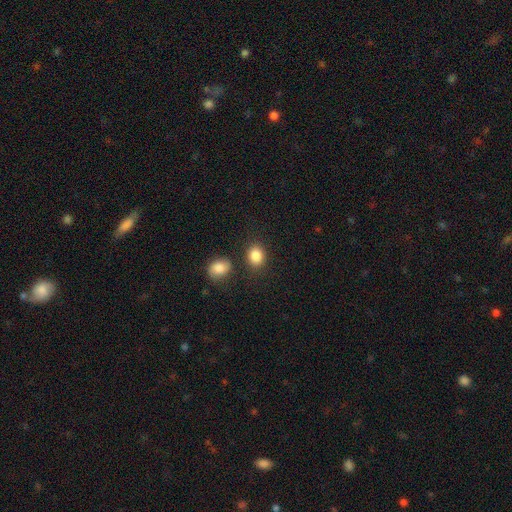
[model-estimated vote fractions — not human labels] A smooth galaxy with no disk features (86%) that is round (56%).

Vote fractions:
- Smooth or featured? smooth: 86% / star or artifact: 9% / featured or disk: 5%
- How rounded? round: 56% / in between: 43% / cigar-shaped: 1%
- Merging? none: 78% / minor disturbance: 10% / merger: 8% / major disturbance: 3%